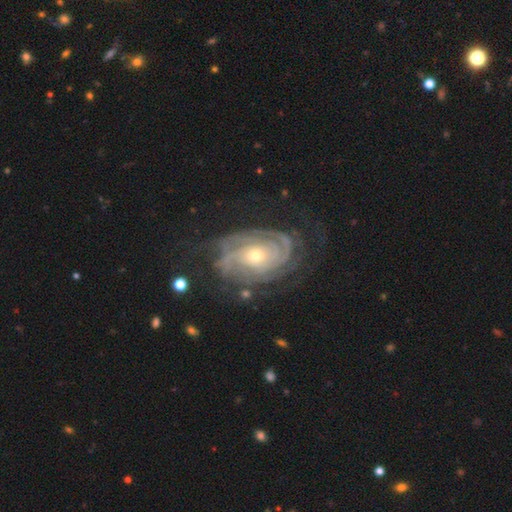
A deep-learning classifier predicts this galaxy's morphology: A featured or disk galaxy (90%) with no bar (76%), tight (76%) spiral arms (97%) and a small central bulge (50%).

Vote fractions:
- Smooth or featured? featured or disk: 90% / star or artifact: 5% / smooth: 5%
- Edge-on disk? no: 96% / yes: 4%
- Bar? no: 76% / weak: 18% / strong: 7%
- Spiral arms? yes: 97% / no: 3%
- Spiral winding? tight: 76% / medium: 20% / loose: 4%
- Spiral arm count? can't tell: 25% / 3: 24% / 2: 21% / 4: 15% / more than 4: 8% / 1: 6%
- Bulge size? small: 50% / moderate: 46% / large: 2% / none: 1% / dominant: 1%
- Merging? none: 71% / minor disturbance: 18% / major disturbance: 9% / merger: 2%